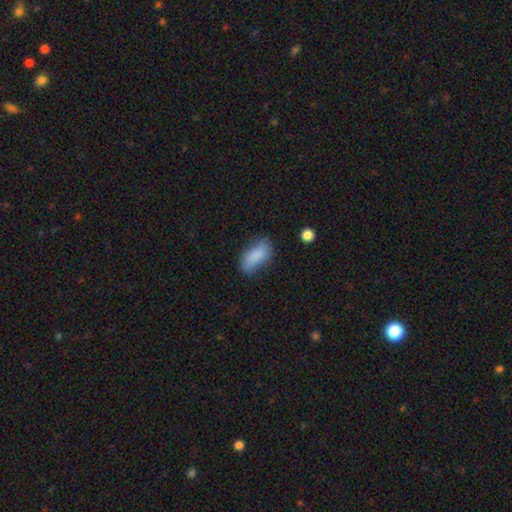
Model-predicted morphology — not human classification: Overall: smooth (83%). How rounded: in between (87%). Merging: none (63%; minor disturbance 26%).